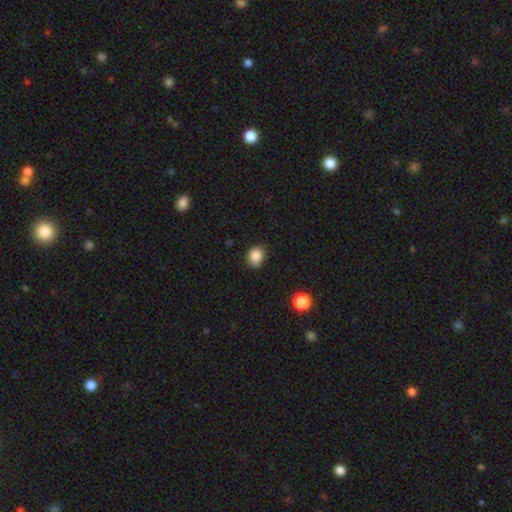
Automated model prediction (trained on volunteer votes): This is clearly a smooth galaxy (86%). How rounded: possibly round (58%). Merging: likely none (75%).